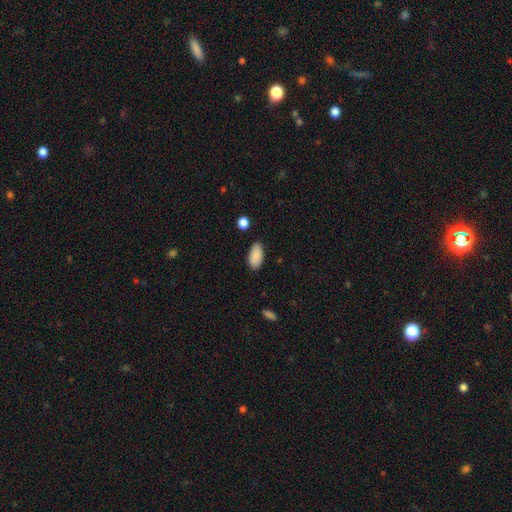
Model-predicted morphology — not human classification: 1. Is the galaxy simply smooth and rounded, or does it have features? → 89% smooth, 7% star or artifact, 4% featured or disk.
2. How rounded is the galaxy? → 93% in between, 4% cigar-shaped, 2% round.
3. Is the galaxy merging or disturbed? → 83% none, 12% minor disturbance, 3% major disturbance, 2% merger.